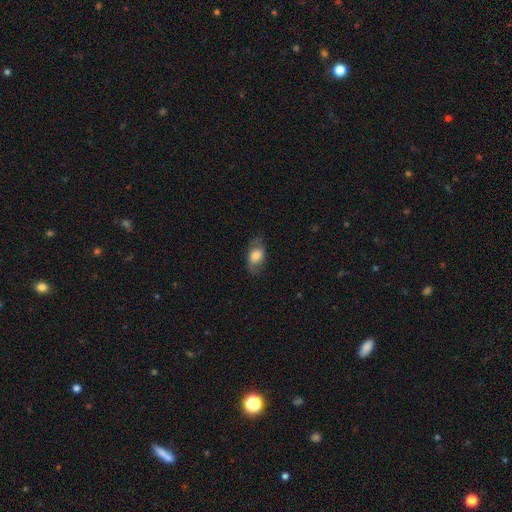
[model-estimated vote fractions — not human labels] Smooth or featured? smooth (68%)
How rounded? in between (86%)
Merging? none (73%)